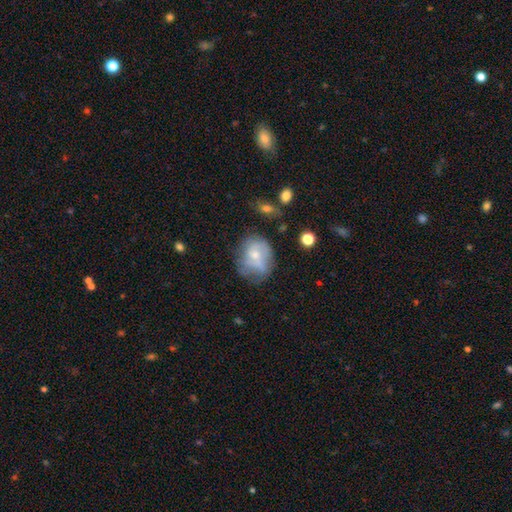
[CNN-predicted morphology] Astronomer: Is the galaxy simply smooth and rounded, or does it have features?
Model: smooth — 48% (runner-up: featured or disk, 43%).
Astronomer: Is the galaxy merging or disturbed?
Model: none — 42% (runner-up: minor disturbance, 31%).